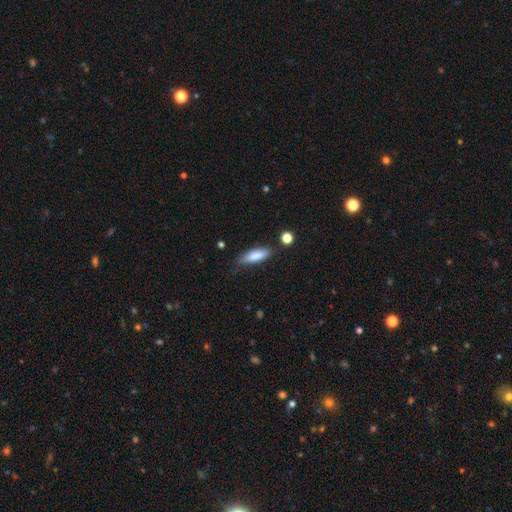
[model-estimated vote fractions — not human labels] This is clearly a smooth galaxy (81%). How rounded: possibly in between (58%). Merging: likely none (66%).